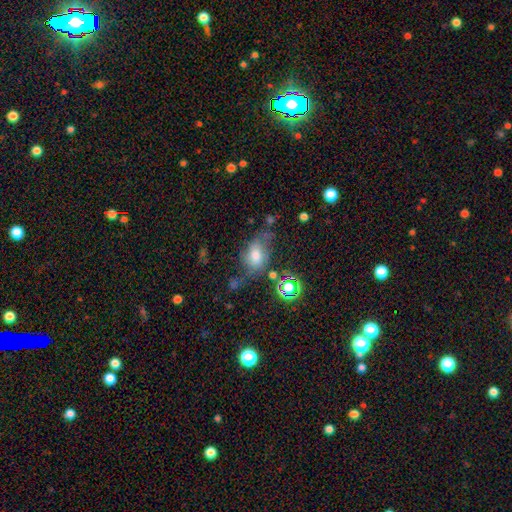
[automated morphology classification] A smooth galaxy with no disk features (59%) that is in between round and cigar-shaped (69%).

Vote fractions:
- Smooth or featured? smooth: 59% / featured or disk: 24% / star or artifact: 17%
- How rounded? in between: 69% / round: 28% / cigar-shaped: 2%
- Merging? none: 47% / minor disturbance: 27% / major disturbance: 18% / merger: 8%